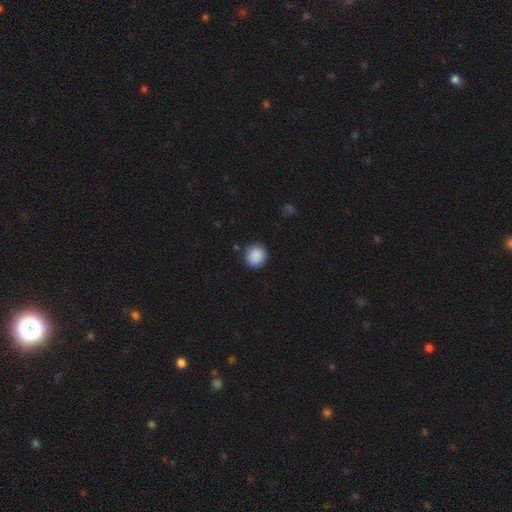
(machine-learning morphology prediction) smooth-or-featured: smooth: 89% | star or artifact: 8% | featured or disk: 3%
  how-rounded: round: 92% | in between: 7% | cigar-shaped: 1%
  merging: none: 89% | minor disturbance: 7% | major disturbance: 2% | merger: 2%